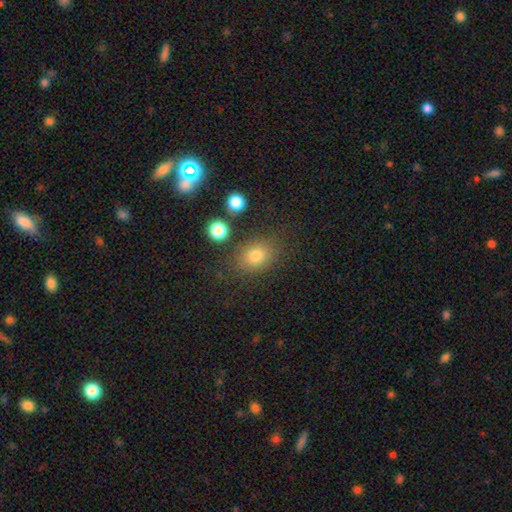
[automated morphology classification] smooth 77%, star or artifact 13%, featured or disk 9%. Down the decision tree: how rounded — in between (58%); merging — none (79%).